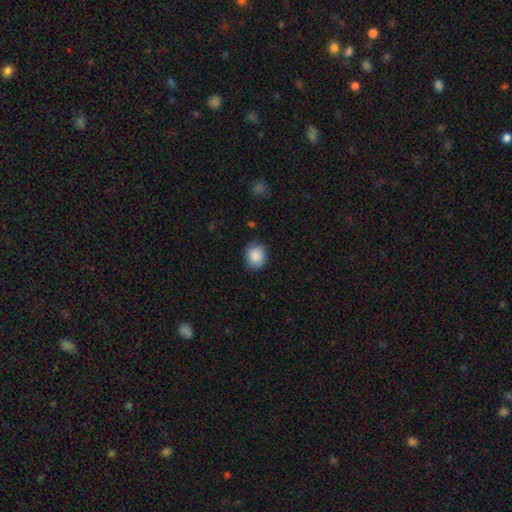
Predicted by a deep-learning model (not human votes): A smooth galaxy with no disk features (88%) that is round (70%).

Vote fractions:
- Smooth or featured? smooth: 88% / star or artifact: 8% / featured or disk: 4%
- How rounded? round: 70% / in between: 29% / cigar-shaped: 1%
- Merging? none: 86% / minor disturbance: 10% / major disturbance: 2% / merger: 1%